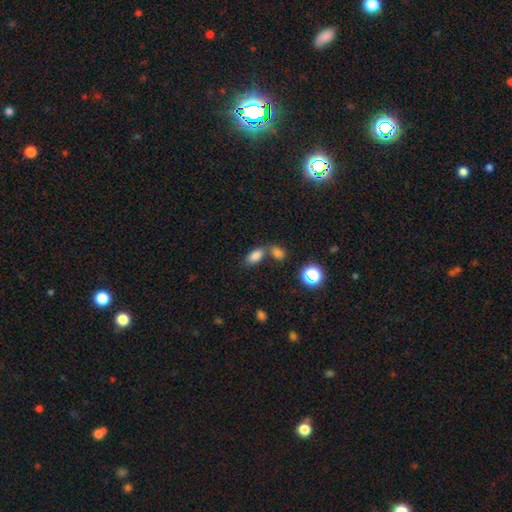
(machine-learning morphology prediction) smooth 81%, star or artifact 12%, featured or disk 7%. Down the decision tree: how rounded — in between (90%); merging — none (49%).